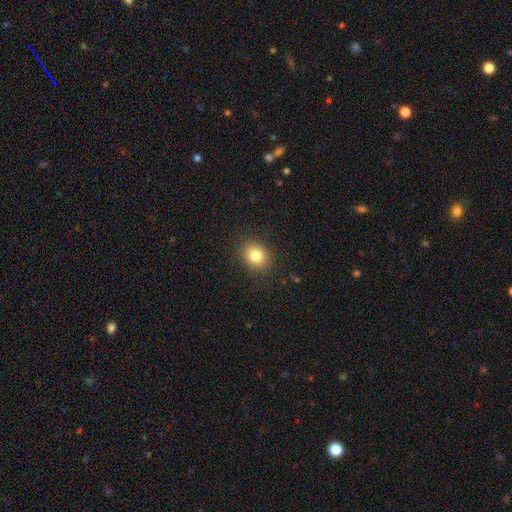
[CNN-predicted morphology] A smooth galaxy with no disk features (82%) that is round (62%). Merging: none (88%).